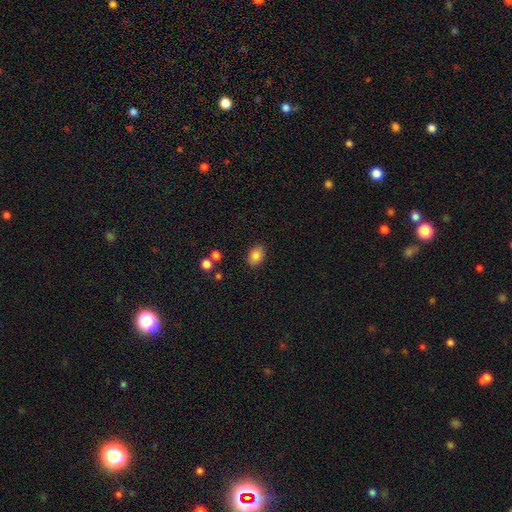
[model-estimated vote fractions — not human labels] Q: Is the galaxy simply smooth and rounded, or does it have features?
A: smooth — 86%.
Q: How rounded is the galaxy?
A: in between — 75%.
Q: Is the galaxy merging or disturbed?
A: none — 85%.